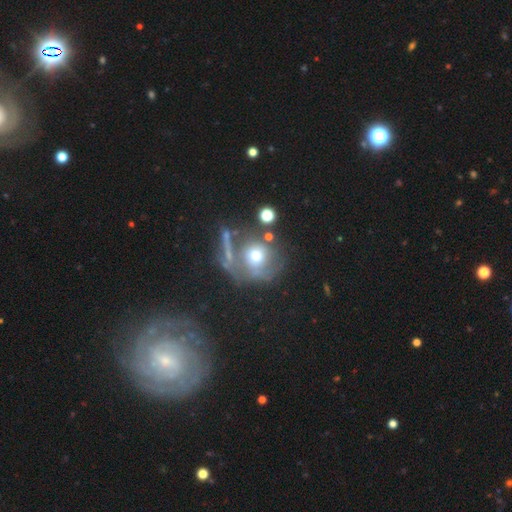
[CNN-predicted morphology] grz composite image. It shows a smooth galaxy with no disk features (56%) that is round (89%). Merging: none (49%).